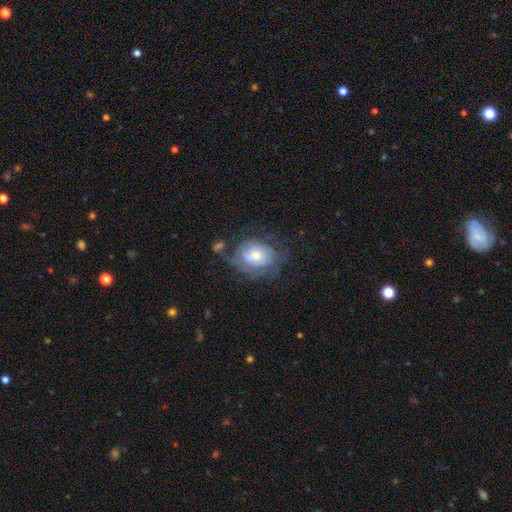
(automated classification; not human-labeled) featured or disk 59%, smooth 33%, star or artifact 8%. Down the decision tree: edge-on disk — no (97%); bar — no (77%); spiral arms — yes (76%); bulge size — moderate (51%); merging — none (49%).